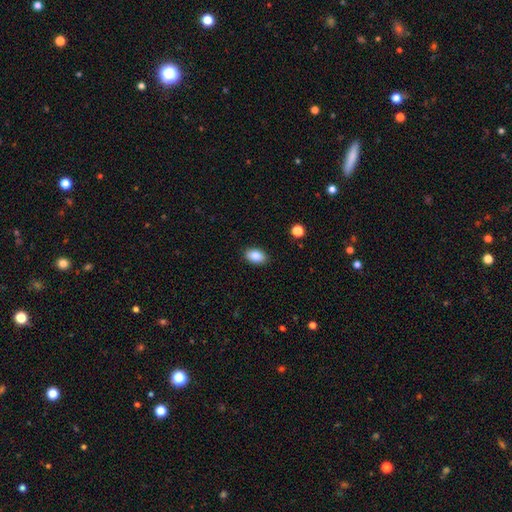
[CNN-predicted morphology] Smooth or featured?
  - smooth: 85% *
  - star or artifact: 8%
  - featured or disk: 7%
How rounded?
  - in between: 87% *
  - round: 12%
  - cigar-shaped: 1%
Merging?
  - none: 89% *
  - minor disturbance: 8%
  - major disturbance: 2%
  - merger: 1%